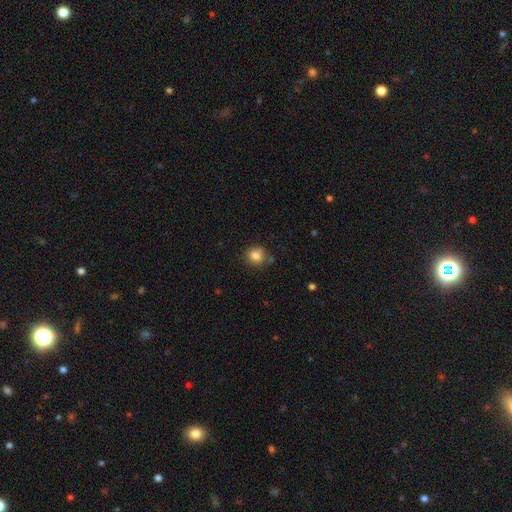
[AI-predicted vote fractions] A smooth galaxy with no disk features (82%) that is round (81%).

Vote fractions:
- Smooth or featured? smooth: 82% / star or artifact: 10% / featured or disk: 7%
- How rounded? round: 81% / in between: 18% / cigar-shaped: 1%
- Merging? none: 78% / minor disturbance: 14% / merger: 5% / major disturbance: 3%